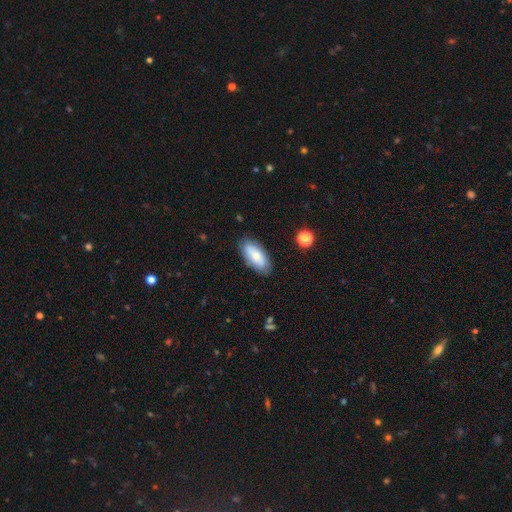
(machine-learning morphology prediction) Smooth or featured?
  - smooth: 70% *
  - featured or disk: 23%
  - star or artifact: 7%
How rounded?
  - in between: 84% *
  - cigar-shaped: 14%
  - round: 2%
Merging?
  - none: 83% *
  - minor disturbance: 13%
  - major disturbance: 3%
  - merger: 2%